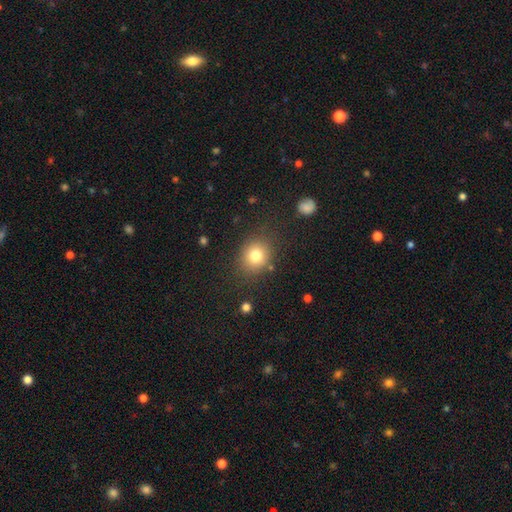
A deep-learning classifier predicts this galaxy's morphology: smooth-or-featured: smooth: 79% | star or artifact: 12% | featured or disk: 9%
  how-rounded: round: 68% | in between: 31% | cigar-shaped: 1%
  merging: none: 81% | minor disturbance: 11% | major disturbance: 5% | merger: 3%